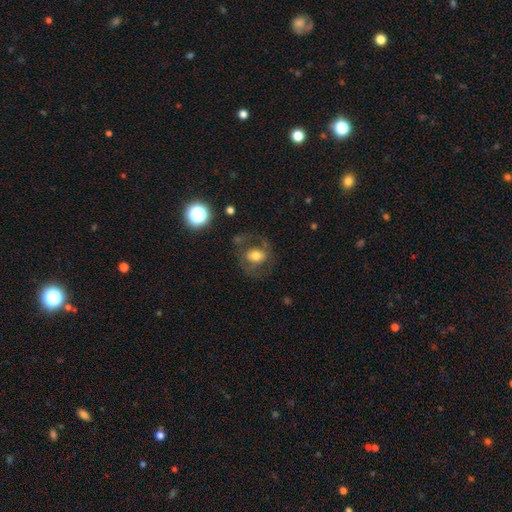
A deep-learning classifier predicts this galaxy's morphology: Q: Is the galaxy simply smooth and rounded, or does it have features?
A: smooth — 57%.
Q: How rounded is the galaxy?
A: round — 56%.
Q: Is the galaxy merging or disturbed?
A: none — 64%.